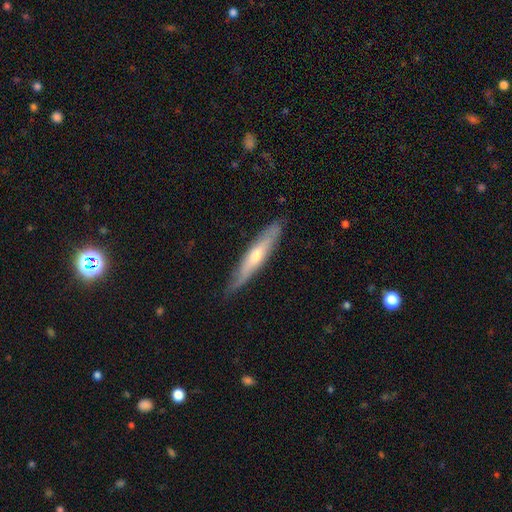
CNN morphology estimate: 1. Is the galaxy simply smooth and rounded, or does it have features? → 52% featured or disk, 42% smooth, 6% star or artifact.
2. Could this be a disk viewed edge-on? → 78% yes, 22% no.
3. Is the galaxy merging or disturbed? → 79% none, 17% minor disturbance, 3% major disturbance, 1% merger.